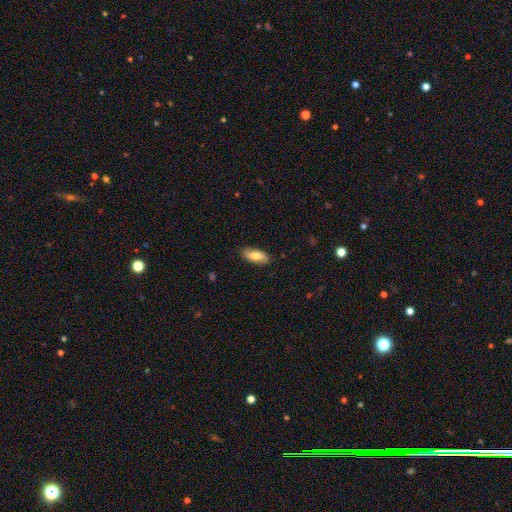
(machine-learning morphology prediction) Smooth or featured: smooth — 73% (featured or disk — 21%)
How rounded: in between — 80% (cigar-shaped — 17%)
Merging: none — 84% (minor disturbance — 13%)